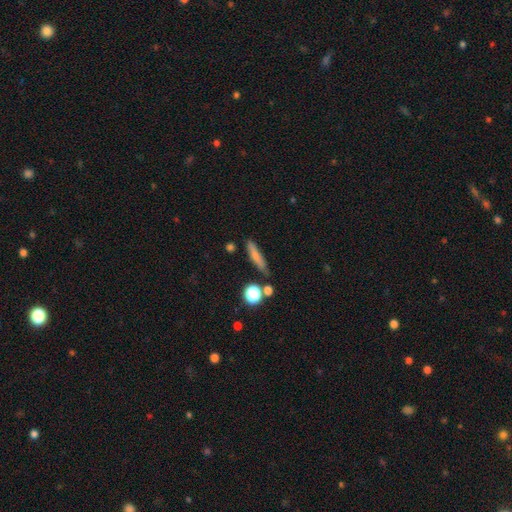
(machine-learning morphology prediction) Smooth or featured? Predicted: smooth (p=0.71). How rounded? Predicted: cigar-shaped (p=0.80). Merging? Predicted: none (p=0.75).